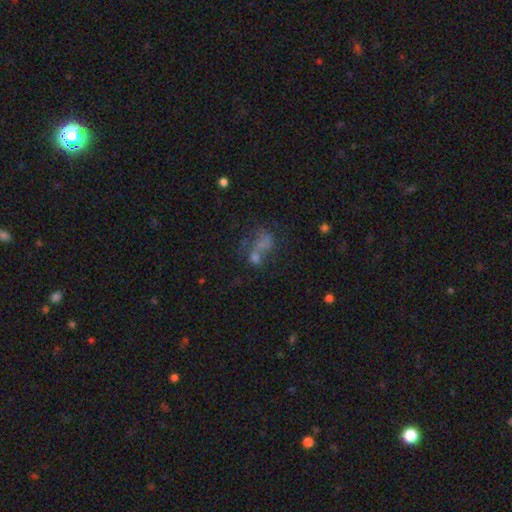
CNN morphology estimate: This appears to be a smooth galaxy with no disk features (43%). Merging: merger (40%).